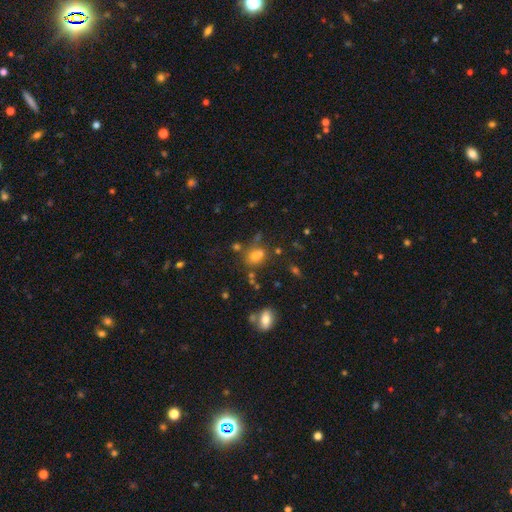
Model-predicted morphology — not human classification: A smooth galaxy with no disk features (62%) that is round (65%). Merging: none (54%).